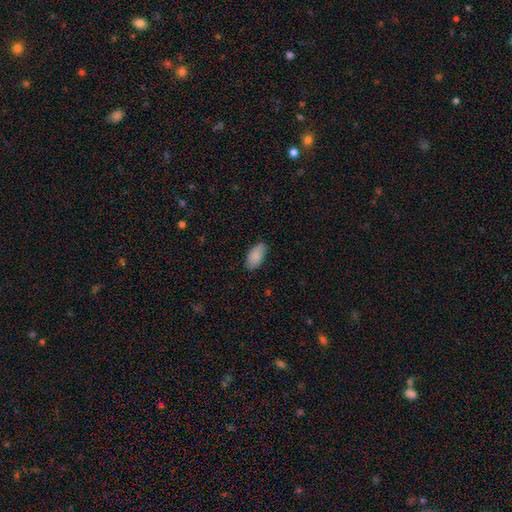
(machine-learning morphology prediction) Smooth or featured?
  - smooth: 88% *
  - star or artifact: 6%
  - featured or disk: 6%
How rounded?
  - in between: 94% *
  - cigar-shaped: 3%
  - round: 2%
Merging?
  - none: 82% *
  - minor disturbance: 14%
  - major disturbance: 3%
  - merger: 1%